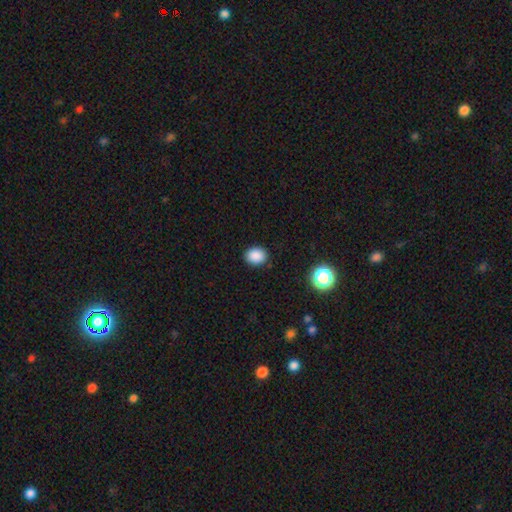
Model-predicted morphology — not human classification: This is clearly a smooth galaxy (87%). How rounded: possibly in between (50%). Merging: clearly none (89%).